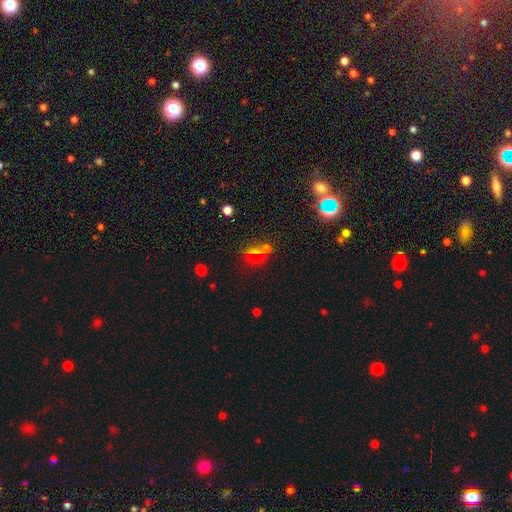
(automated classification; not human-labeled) Overall: smooth (45%; star or artifact 44%). Merging: none (67%).